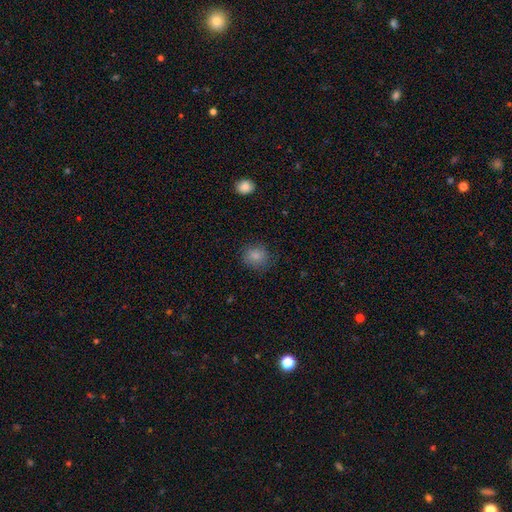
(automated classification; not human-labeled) A smooth galaxy with no disk features (84%) that is round (79%). Merging: none (81%).